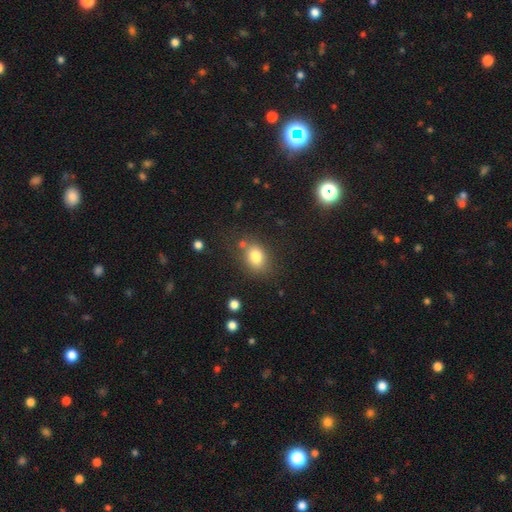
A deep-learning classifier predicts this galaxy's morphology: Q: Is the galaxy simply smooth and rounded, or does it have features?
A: smooth — 80%.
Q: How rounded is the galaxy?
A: in between — 65%.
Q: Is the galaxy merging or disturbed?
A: none — 69%.